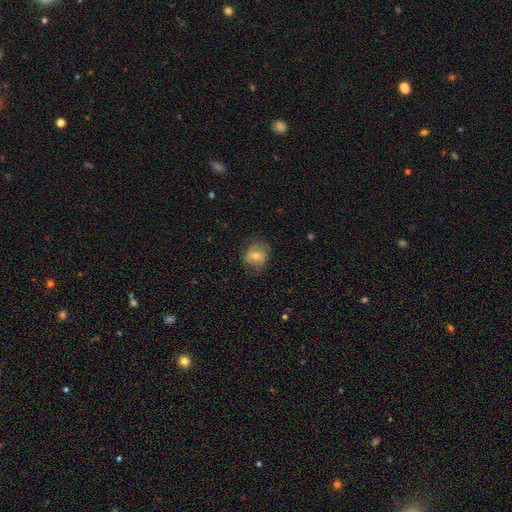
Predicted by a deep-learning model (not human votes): A smooth galaxy with no disk features (58%) that is round (74%). Merging: none (71%).